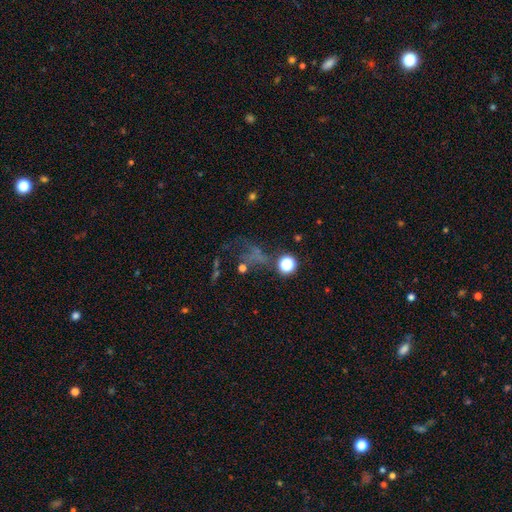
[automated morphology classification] Overall: star or artifact (43%; smooth 34%).